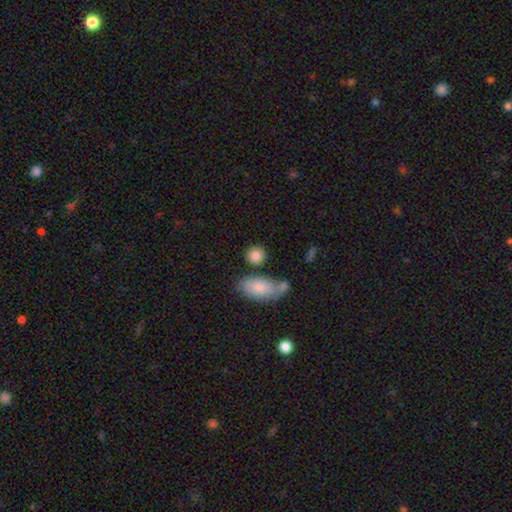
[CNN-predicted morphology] Smooth or featured? smooth (85%)
How rounded? round (73%)
Merging? none (72%)